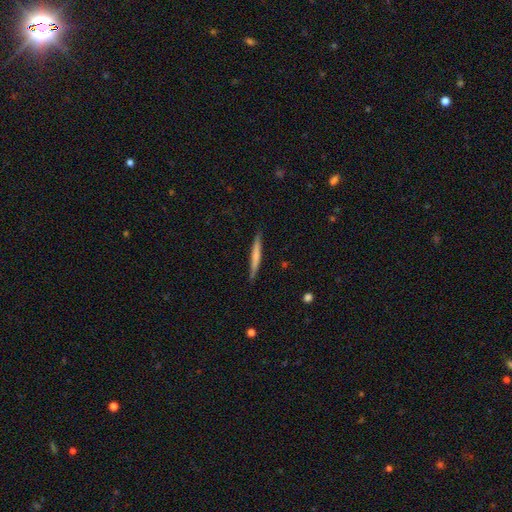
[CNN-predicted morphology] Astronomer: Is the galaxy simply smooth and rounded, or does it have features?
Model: smooth — 62%.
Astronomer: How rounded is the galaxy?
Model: cigar-shaped — 96%.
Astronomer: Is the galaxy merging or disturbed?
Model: none — 85%.